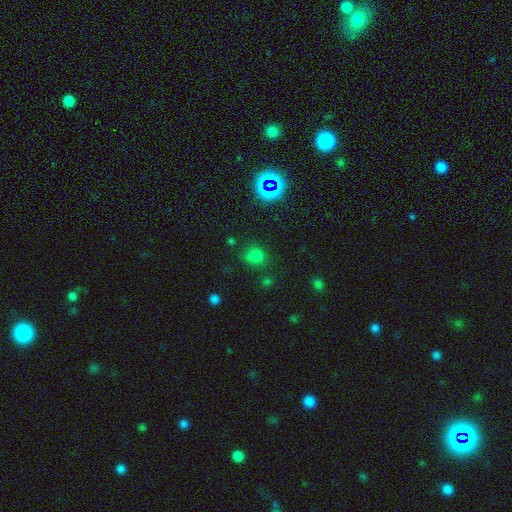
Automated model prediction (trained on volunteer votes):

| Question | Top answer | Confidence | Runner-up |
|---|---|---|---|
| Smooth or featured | smooth | 66% | star or artifact (27%) |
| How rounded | round | 68% | in between (31%) |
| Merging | none | 66% | minor disturbance (20%) |